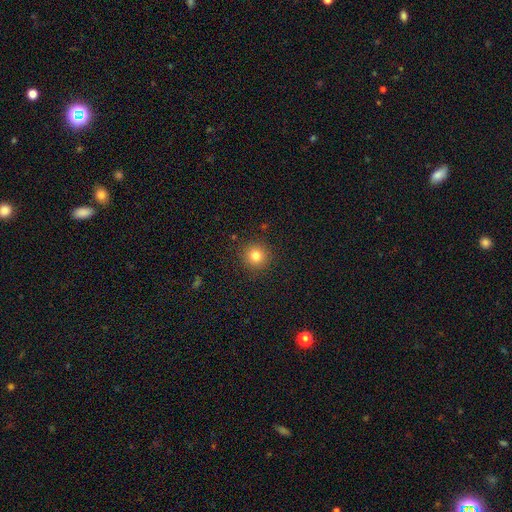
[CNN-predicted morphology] Q: Smooth or featured?
A: smooth (81%); runner-up: star or artifact (13%)
Q: How rounded?
A: round (94%); runner-up: in between (5%)
Q: Merging?
A: none (91%); runner-up: minor disturbance (6%)